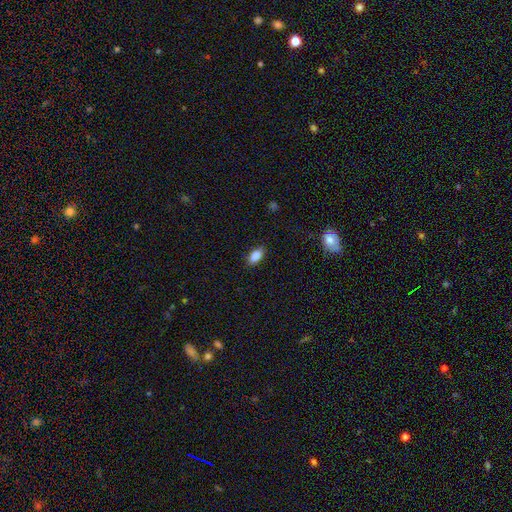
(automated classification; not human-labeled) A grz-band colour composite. It shows a smooth galaxy with no disk features (85%) that is in between round and cigar-shaped (89%). Merging: none (86%).